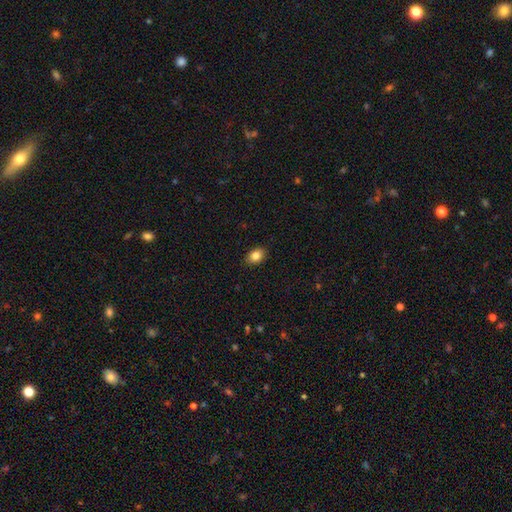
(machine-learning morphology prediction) The model was most divided on "how rounded": in between: 78%, round: 20%, cigar-shaped: 1%. More confident: merging — none (88%); smooth or featured — smooth (85%).